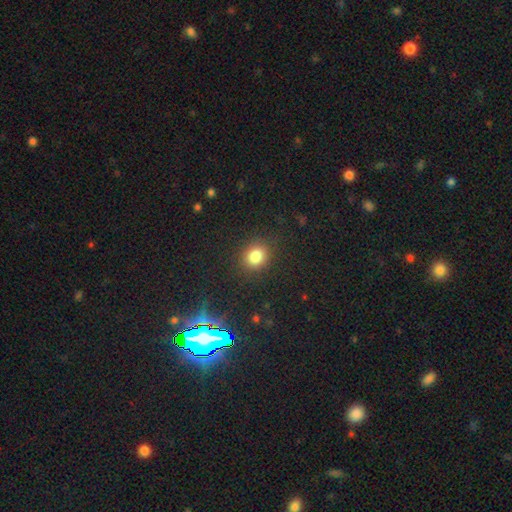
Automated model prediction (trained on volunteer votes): smooth-or-featured: smooth: 82% | star or artifact: 13% | featured or disk: 5%
  how-rounded: round: 68% | in between: 31% | cigar-shaped: 1%
  merging: none: 85% | minor disturbance: 9% | major disturbance: 4% | merger: 2%